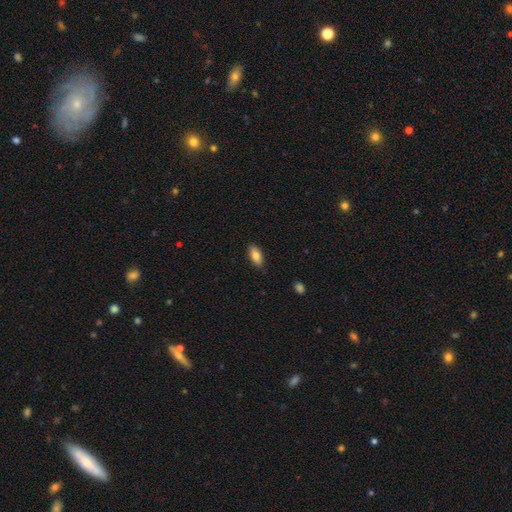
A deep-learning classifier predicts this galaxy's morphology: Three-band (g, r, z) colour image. It shows a smooth galaxy with no disk features (81%) that is in between round and cigar-shaped (89%). Merging: none (86%).